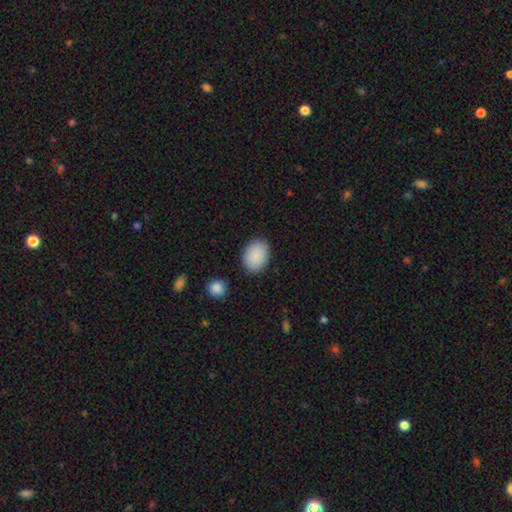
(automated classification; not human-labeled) This appears to be a smooth galaxy with no disk features (90%) that is in between round and cigar-shaped (78%). Merging: none (87%).